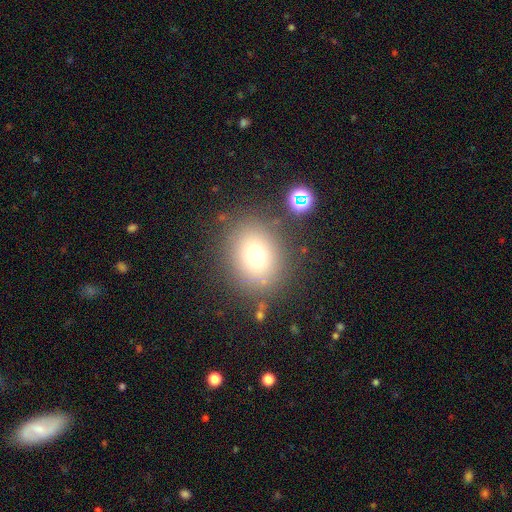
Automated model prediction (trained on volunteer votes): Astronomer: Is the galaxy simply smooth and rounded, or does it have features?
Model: smooth — 73%.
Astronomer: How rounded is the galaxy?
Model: round — 59% (runner-up: in between, 40%).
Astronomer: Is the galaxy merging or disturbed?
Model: none — 82%.